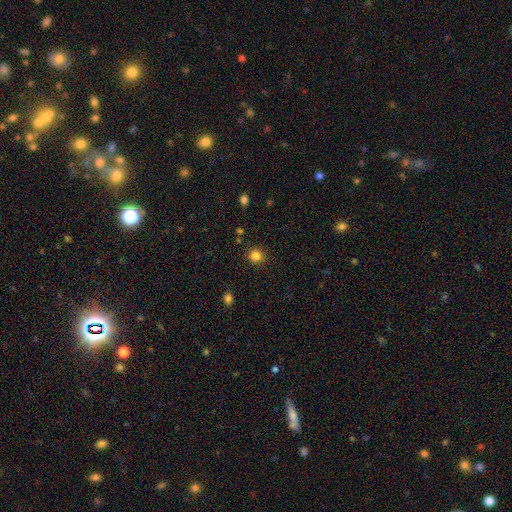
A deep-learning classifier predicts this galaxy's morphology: A smooth galaxy with no disk features (83%) that is round (89%). Merging: none (89%).